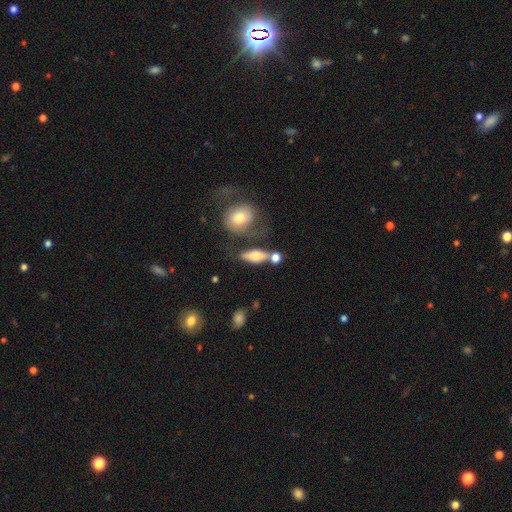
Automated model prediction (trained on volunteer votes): A smooth galaxy with no disk features (69%) that is in between round and cigar-shaped (70%).

Vote fractions:
- Smooth or featured? smooth: 69% / featured or disk: 23% / star or artifact: 8%
- How rounded? in between: 70% / cigar-shaped: 22% / round: 8%
- Merging? none: 48% / merger: 23% / minor disturbance: 18% / major disturbance: 10%